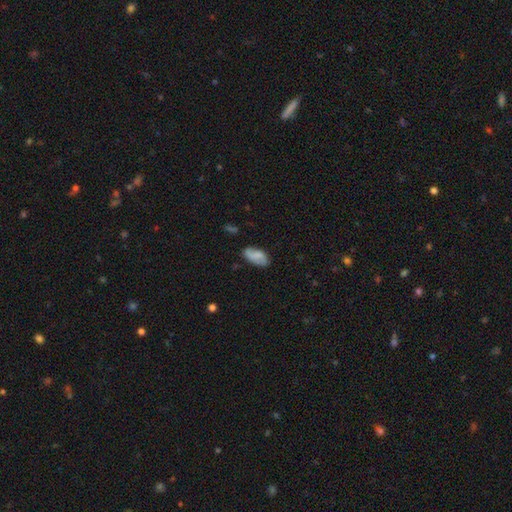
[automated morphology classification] The model was most divided on "smooth or featured": smooth: 67%, featured or disk: 25%, star or artifact: 8%. More confident: how rounded — in between (93%); merging — none (72%).